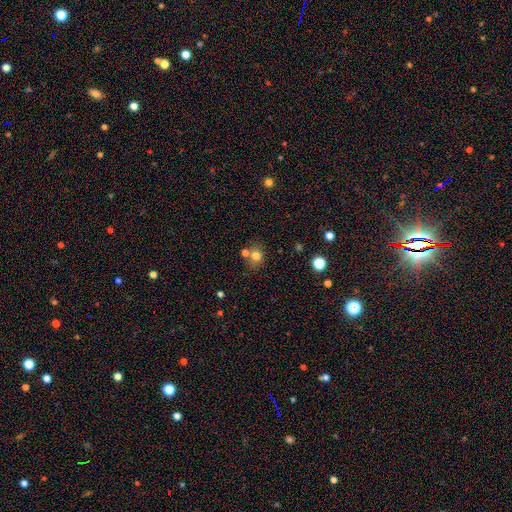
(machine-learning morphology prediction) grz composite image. It shows a smooth galaxy with no disk features (76%) that is round (70%). Merging: none (59%).